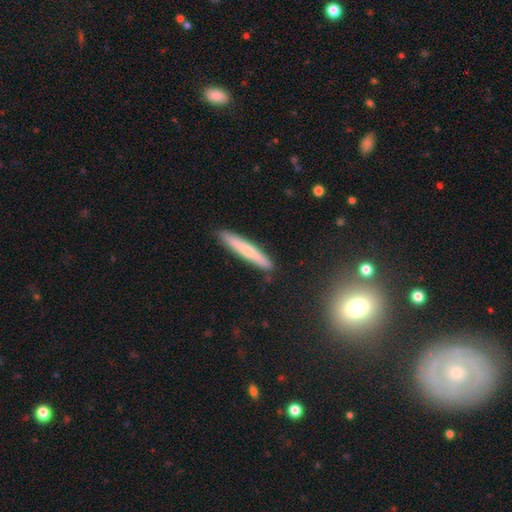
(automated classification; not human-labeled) The model was most divided on "smooth or featured": smooth: 65%, featured or disk: 29%, star or artifact: 6%. More confident: how rounded — cigar-shaped (93%); merging — none (88%).